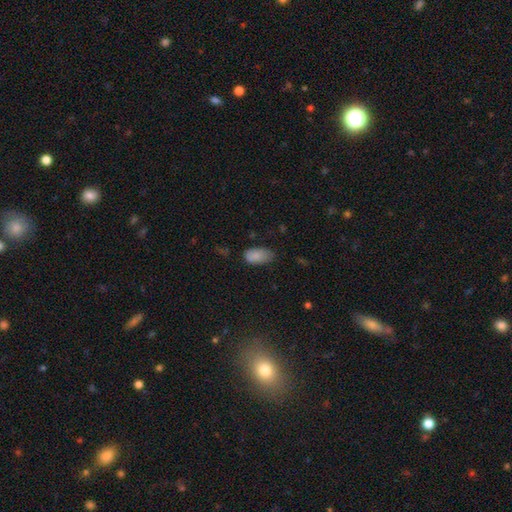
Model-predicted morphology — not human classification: This appears to be a smooth galaxy with no disk features (85%) that is in between round and cigar-shaped (94%). Merging: none (57%).